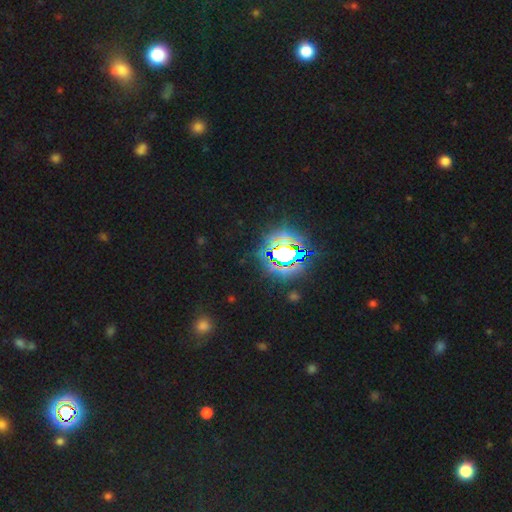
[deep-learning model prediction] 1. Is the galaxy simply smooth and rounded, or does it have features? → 79% star or artifact, 13% smooth, 7% featured or disk.